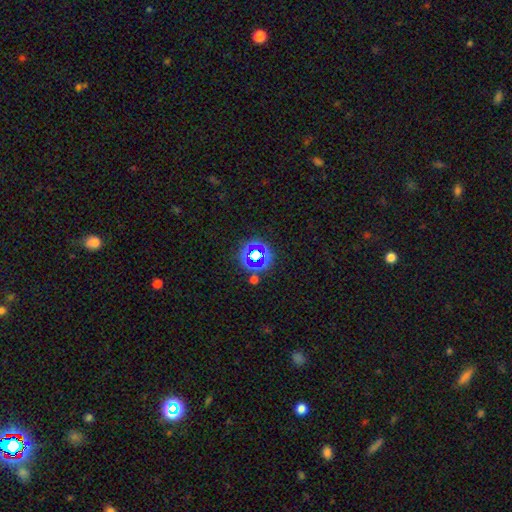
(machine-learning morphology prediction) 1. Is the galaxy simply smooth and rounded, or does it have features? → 57% star or artifact, 30% smooth, 12% featured or disk.